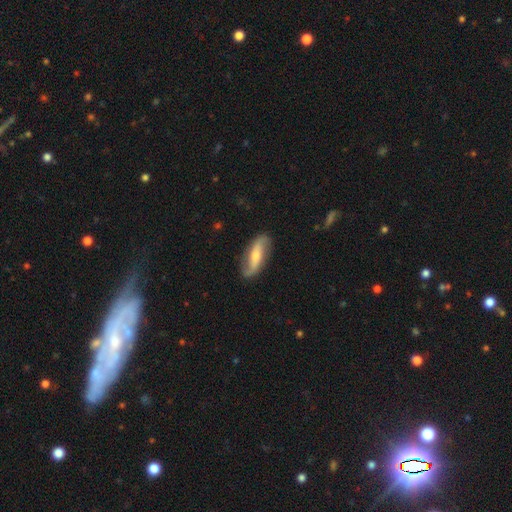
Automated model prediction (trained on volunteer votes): featured or disk 69%, smooth 26%, star or artifact 5%. Down the decision tree: edge-on disk — no (85%); bar — no (38%); spiral arms — yes (90%); spiral arm count — 2 (90%); spiral winding — loose (74%); bulge size — small (47%); merging — none (82%).